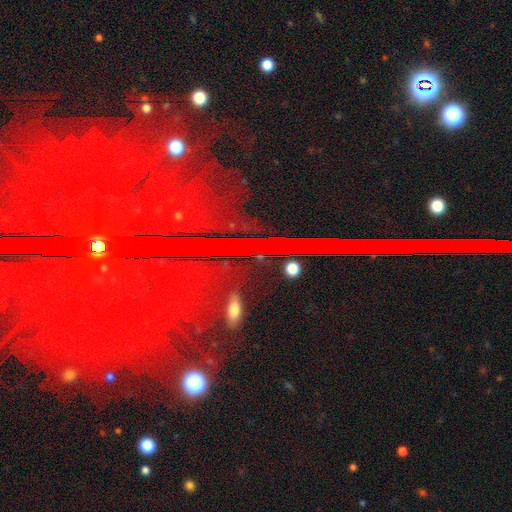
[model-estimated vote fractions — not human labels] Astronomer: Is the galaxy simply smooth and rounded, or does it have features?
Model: star or artifact — 72%.